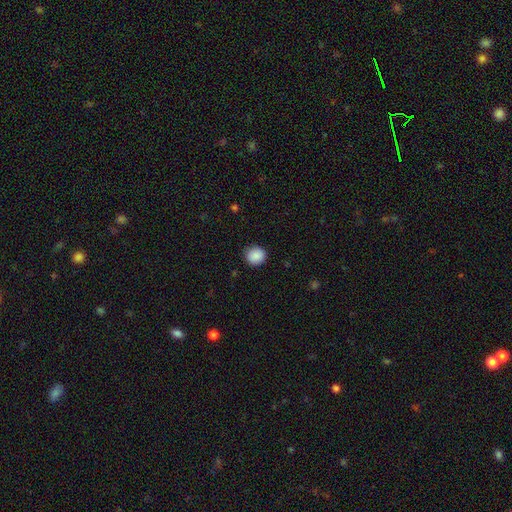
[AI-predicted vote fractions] A smooth galaxy with no disk features (88%) that is round (88%).

Vote fractions:
- Smooth or featured? smooth: 88% / star or artifact: 8% / featured or disk: 3%
- How rounded? round: 88% / in between: 11% / cigar-shaped: 1%
- Merging? none: 89% / minor disturbance: 8% / major disturbance: 2% / merger: 1%